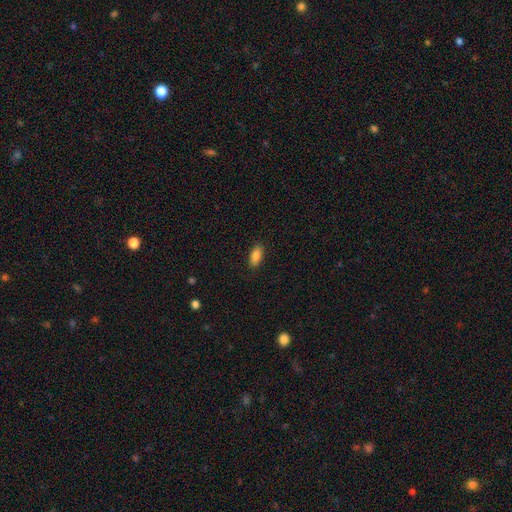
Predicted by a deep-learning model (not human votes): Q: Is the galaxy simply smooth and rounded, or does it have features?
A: smooth — 86%.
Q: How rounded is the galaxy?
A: in between — 86%.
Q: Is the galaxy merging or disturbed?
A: none — 88%.